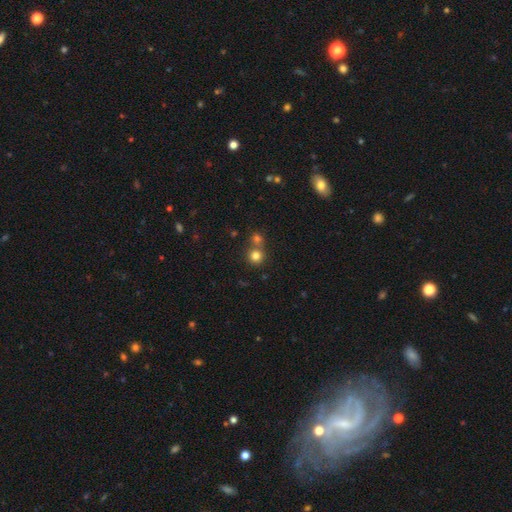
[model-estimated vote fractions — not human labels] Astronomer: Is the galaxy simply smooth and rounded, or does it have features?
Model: smooth — 79%.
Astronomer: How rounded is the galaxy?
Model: round — 92%.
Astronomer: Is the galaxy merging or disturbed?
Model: none — 60%.